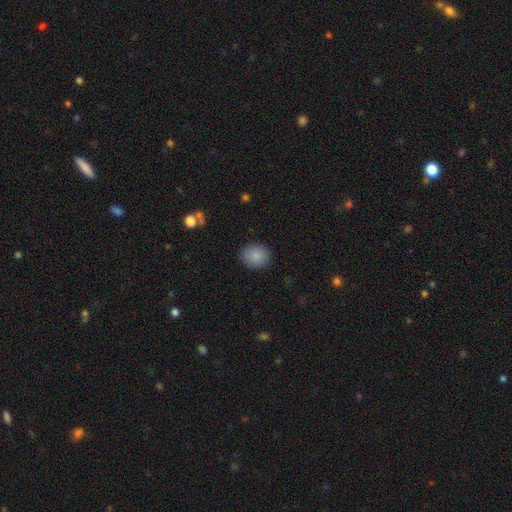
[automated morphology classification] Smooth or featured?
  - smooth: 87% *
  - star or artifact: 8%
  - featured or disk: 5%
How rounded?
  - round: 66% *
  - in between: 33%
  - cigar-shaped: 1%
Merging?
  - none: 87% *
  - minor disturbance: 10%
  - major disturbance: 2%
  - merger: 1%